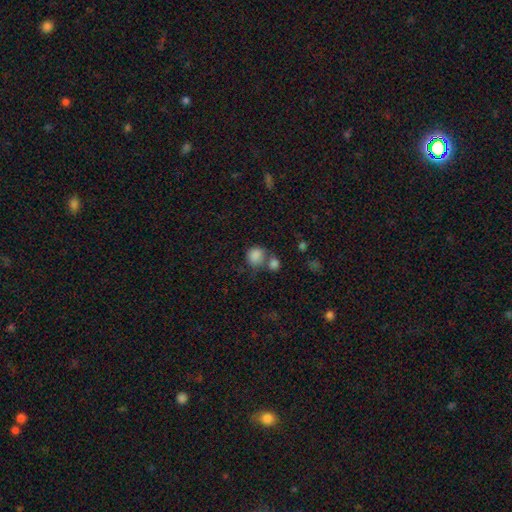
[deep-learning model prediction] Q: Smooth or featured?
A: smooth (84%); runner-up: star or artifact (10%)
Q: How rounded?
A: round (75%); runner-up: in between (24%)
Q: Merging?
A: none (44%); runner-up: merger (35%)